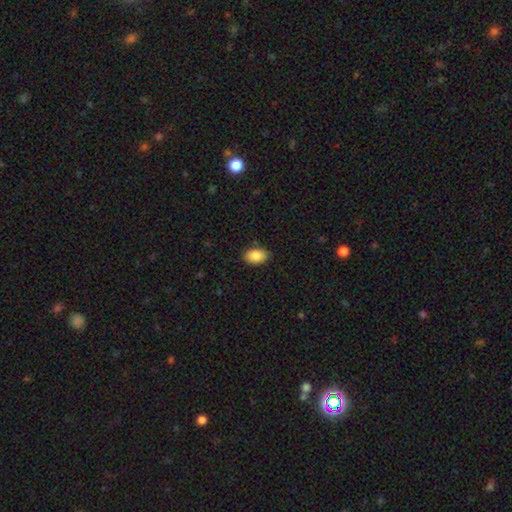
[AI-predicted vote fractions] Smooth or featured: smooth — 87% (star or artifact — 7%)
How rounded: in between — 87% (round — 11%)
Merging: none — 85% (minor disturbance — 12%)